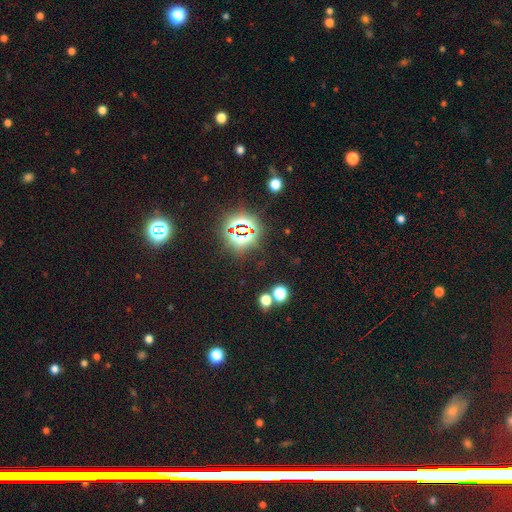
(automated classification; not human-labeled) A star or artifact, not a galaxy (77%).